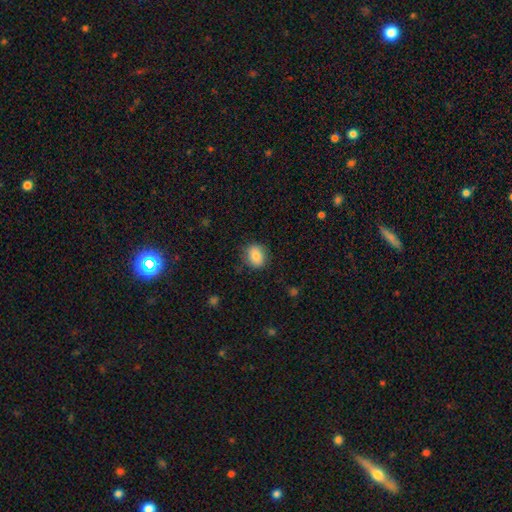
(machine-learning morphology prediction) Smooth or featured?
  - smooth: 84% *
  - star or artifact: 8%
  - featured or disk: 8%
How rounded?
  - round: 57% *
  - in between: 42%
  - cigar-shaped: 1%
Merging?
  - none: 83% *
  - minor disturbance: 12%
  - major disturbance: 4%
  - merger: 1%